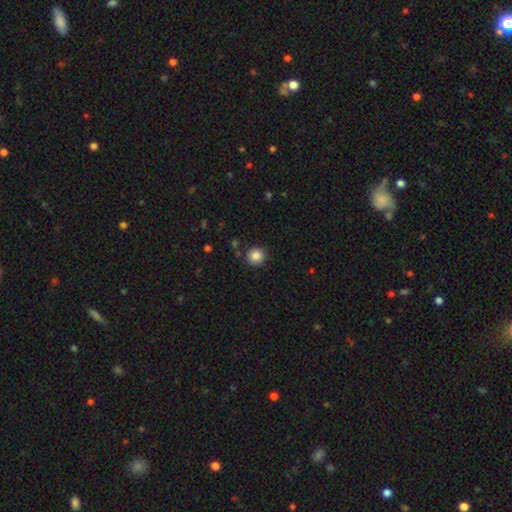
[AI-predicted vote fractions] Morphology: type=smooth (85%); roundness=round (92%); merging=none (89%).